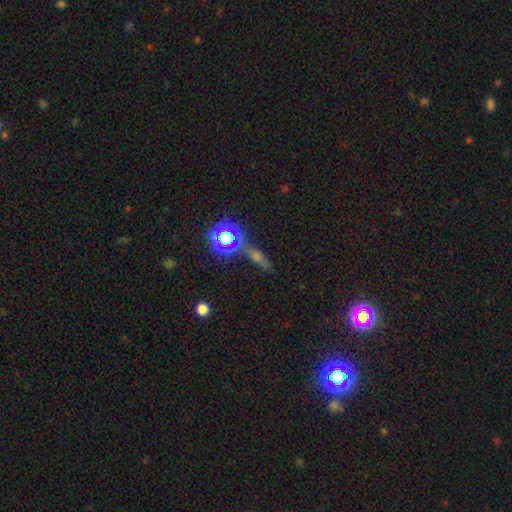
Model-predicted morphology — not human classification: star or artifact 49%, smooth 29%, featured or disk 22%.